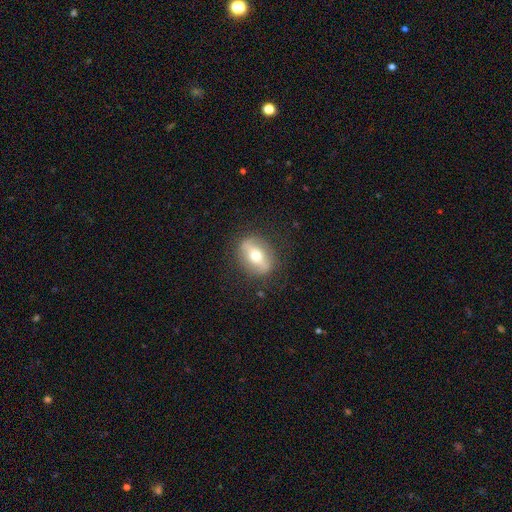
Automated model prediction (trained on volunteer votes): Smooth or featured?
  - featured or disk: 51% *
  - smooth: 42%
  - star or artifact: 7%
Edge-on disk?
  - no: 68% *
  - yes: 32%
Merging?
  - none: 83% *
  - minor disturbance: 12%
  - major disturbance: 4%
  - merger: 1%